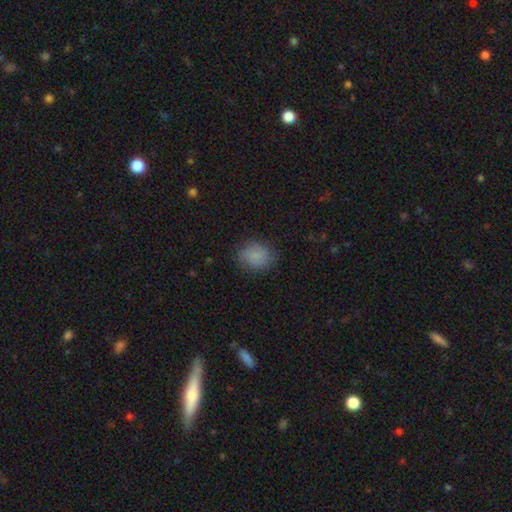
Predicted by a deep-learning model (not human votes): smooth 83%, star or artifact 9%, featured or disk 8%. Down the decision tree: how rounded — round (63%); merging — none (81%).